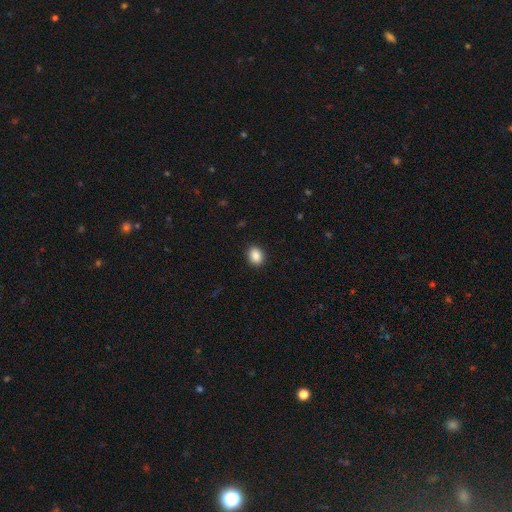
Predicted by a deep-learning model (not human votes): smooth_or_featured: smooth (p=0.89) [alt: star or artifact p=0.08]
how_rounded: in between (p=0.54) [alt: round p=0.45]
merging: none (p=0.90) [alt: minor disturbance p=0.07]